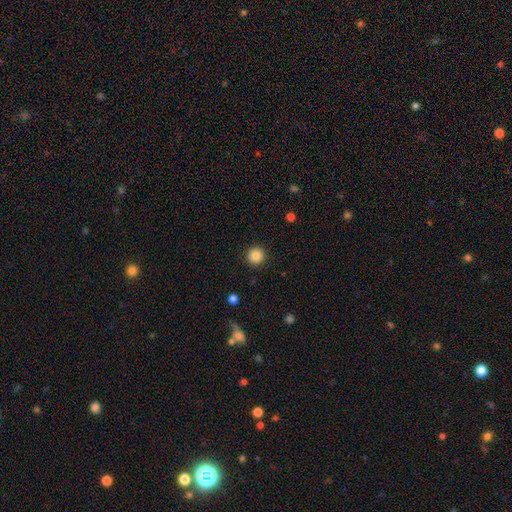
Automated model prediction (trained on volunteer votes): Smooth or featured? smooth (86%)
How rounded? round (95%)
Merging? none (92%)